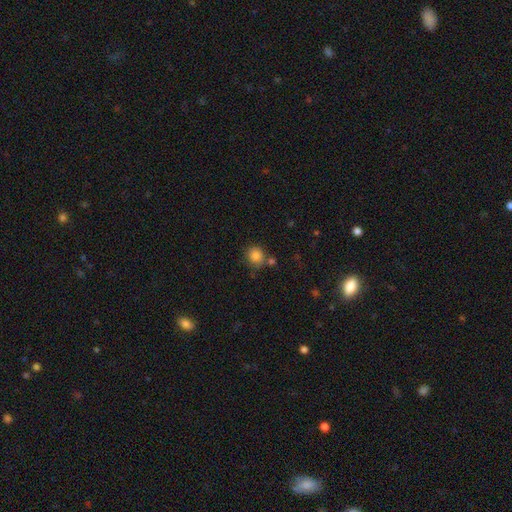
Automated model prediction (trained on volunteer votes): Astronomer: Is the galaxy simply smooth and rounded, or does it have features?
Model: smooth — 84%.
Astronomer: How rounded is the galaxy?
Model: round — 86%.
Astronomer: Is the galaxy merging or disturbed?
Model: none — 70%.